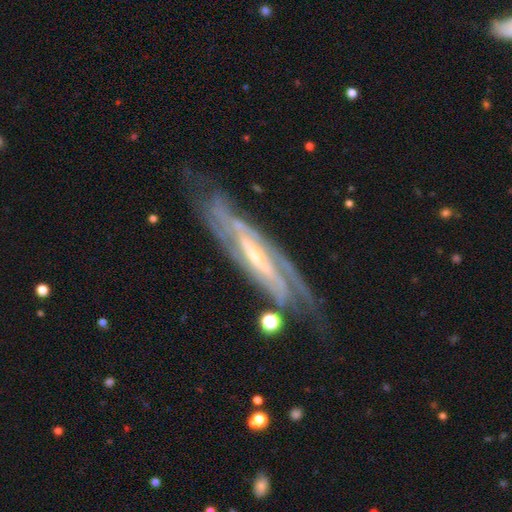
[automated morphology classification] A featured or disk galaxy (88%) with a strong bar (41%), 2 (49%) tight (55%) spiral arms (96%) and a small central bulge (72%).

Vote fractions:
- Smooth or featured? featured or disk: 88% / smooth: 6% / star or artifact: 6%
- Edge-on disk? no: 74% / yes: 26%
- Bar? strong: 41% / weak: 32% / no: 26%
- Spiral arms? yes: 96% / no: 4%
- Spiral winding? tight: 55% / medium: 36% / loose: 9%
- Spiral arm count? 2: 49% / can't tell: 26% / 3: 11% / 4: 5% / 1: 4% / more than 4: 4%
- Bulge size? small: 72% / moderate: 23% / none: 2% / large: 2% / dominant: 1%
- Merging? none: 71% / minor disturbance: 18% / major disturbance: 8% / merger: 3%